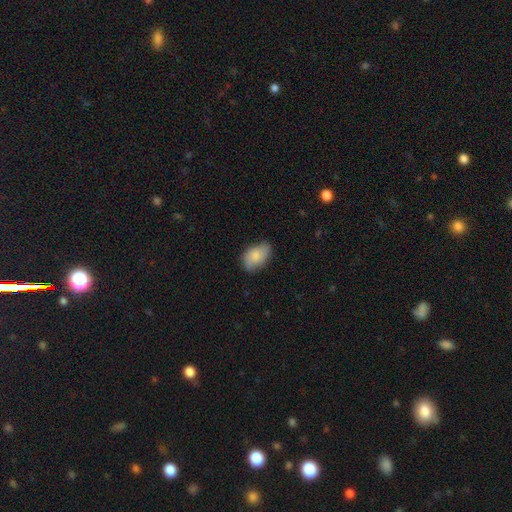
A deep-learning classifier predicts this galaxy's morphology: Smooth or featured: smooth — 81% (featured or disk — 12%)
How rounded: in between — 91% (round — 7%)
Merging: none — 71% (minor disturbance — 24%)